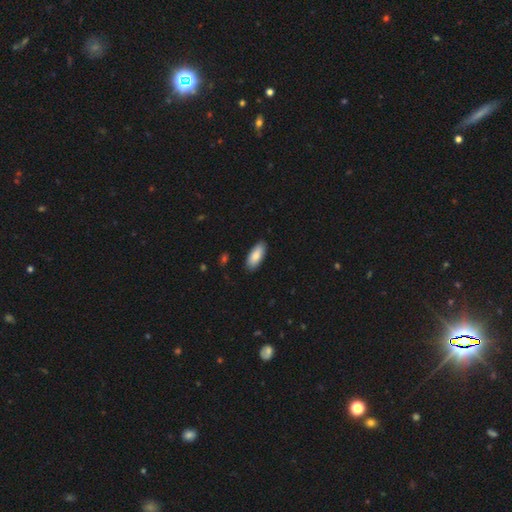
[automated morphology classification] This is clearly a smooth galaxy (85%). How rounded: clearly in between (84%). Merging: clearly none (88%).